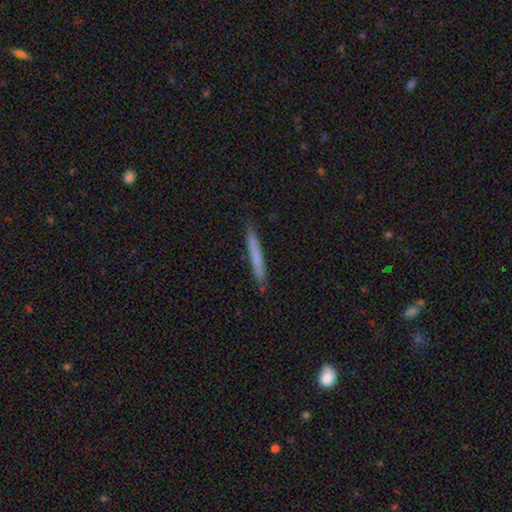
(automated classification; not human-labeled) This appears to be a smooth galaxy with no disk features (68%) that is cigar-shaped (97%). Merging: none (89%).